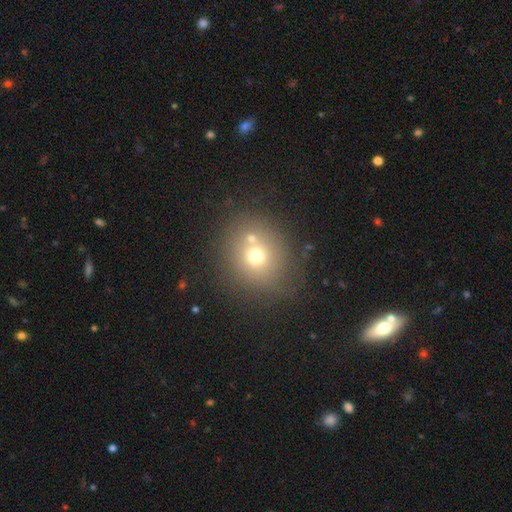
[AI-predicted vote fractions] Overall: smooth (66%). How rounded: round (80%). Merging: none (65%).